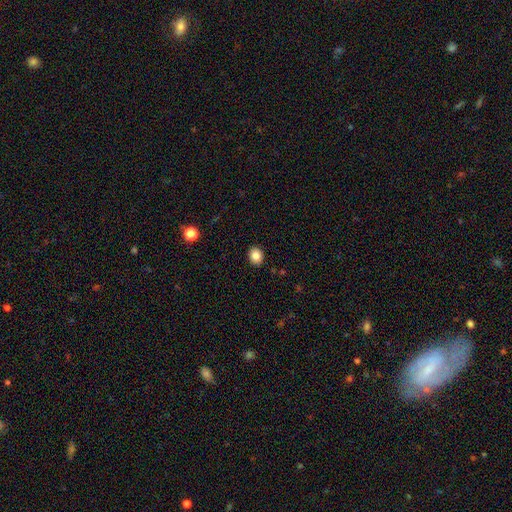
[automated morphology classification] A smooth galaxy with no disk features (85%) that is round (59%). Merging: none (90%).